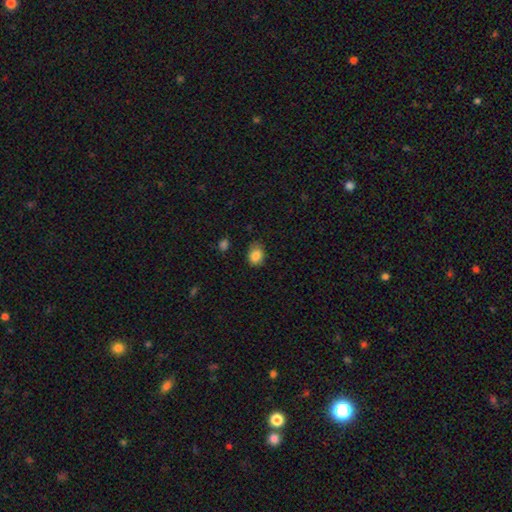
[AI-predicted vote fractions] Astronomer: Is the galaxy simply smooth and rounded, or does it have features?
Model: smooth — 85%.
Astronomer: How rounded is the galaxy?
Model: in between — 56% (runner-up: round, 43%).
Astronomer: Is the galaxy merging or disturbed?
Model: none — 77%.